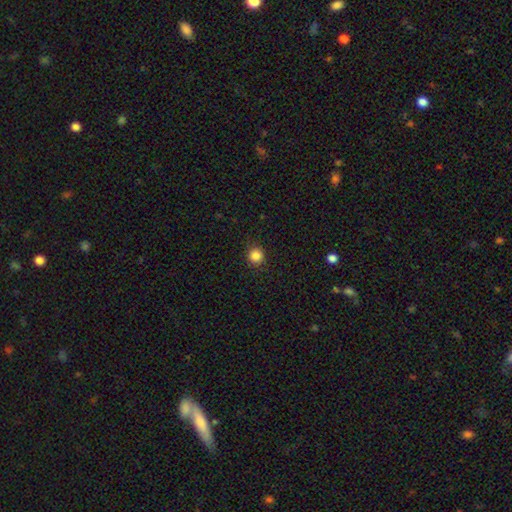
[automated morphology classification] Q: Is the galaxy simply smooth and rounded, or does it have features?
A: smooth — 85%.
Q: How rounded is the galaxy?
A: round — 93%.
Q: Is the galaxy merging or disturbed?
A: none — 90%.